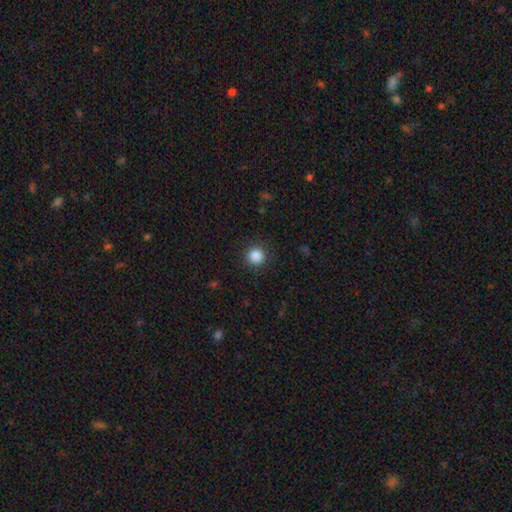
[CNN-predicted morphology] type=smooth (86%); roundness=round (94%); merging=none (90%).